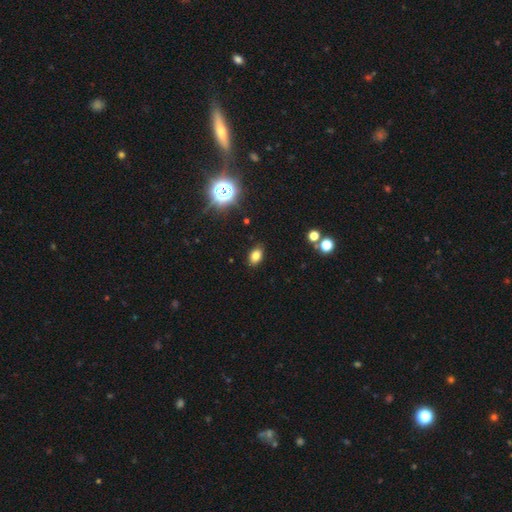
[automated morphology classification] A smooth galaxy with no disk features (78%) that is in between round and cigar-shaped (84%). Merging: none (86%).